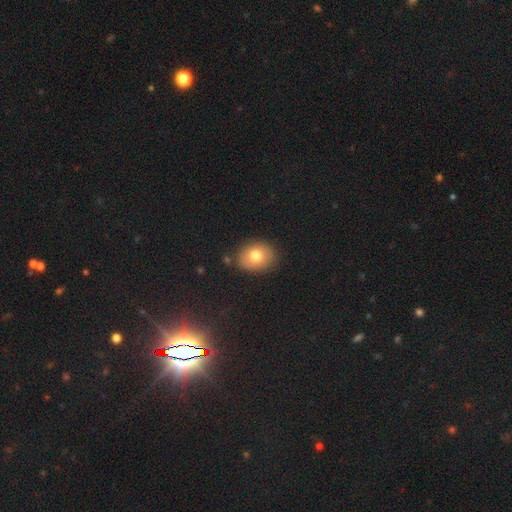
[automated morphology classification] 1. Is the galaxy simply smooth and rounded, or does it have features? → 76% smooth, 15% featured or disk, 9% star or artifact.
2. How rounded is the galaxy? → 57% in between, 43% round, 1% cigar-shaped.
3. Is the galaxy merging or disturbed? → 81% none, 13% minor disturbance, 3% major disturbance, 3% merger.